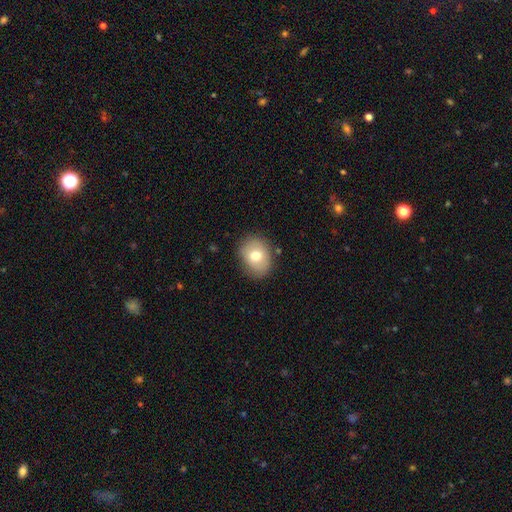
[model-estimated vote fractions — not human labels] smooth-or-featured: smooth: 72% | featured or disk: 19% | star or artifact: 9%
  how-rounded: in between: 52% | round: 47% | cigar-shaped: 1%
  merging: none: 81% | minor disturbance: 14% | major disturbance: 3% | merger: 2%